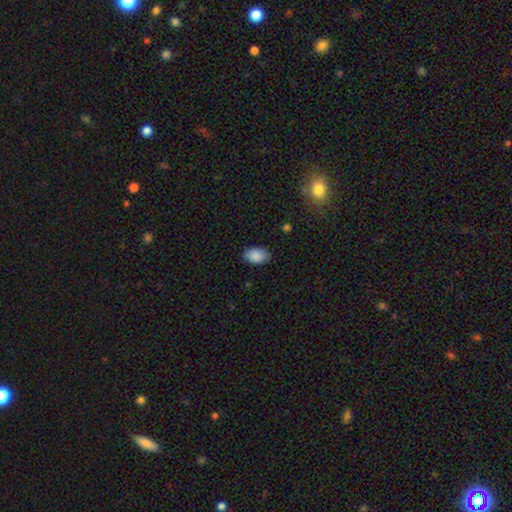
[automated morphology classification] This appears to be a smooth galaxy with no disk features (88%) that is in between round and cigar-shaped (92%). Merging: none (85%).